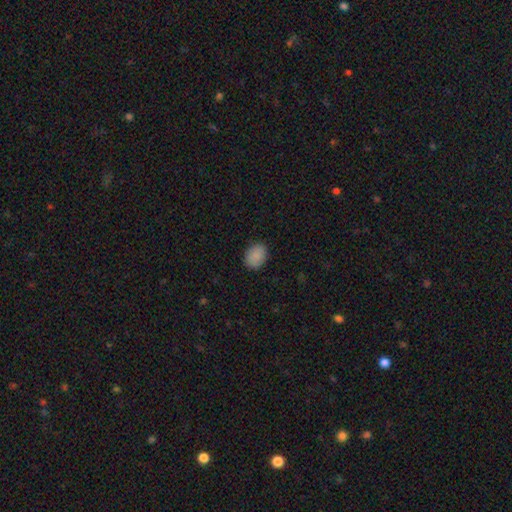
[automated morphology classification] Q: Smooth or featured?
A: smooth (88%); runner-up: star or artifact (8%)
Q: How rounded?
A: in between (63%); runner-up: round (36%)
Q: Merging?
A: none (87%); runner-up: minor disturbance (9%)